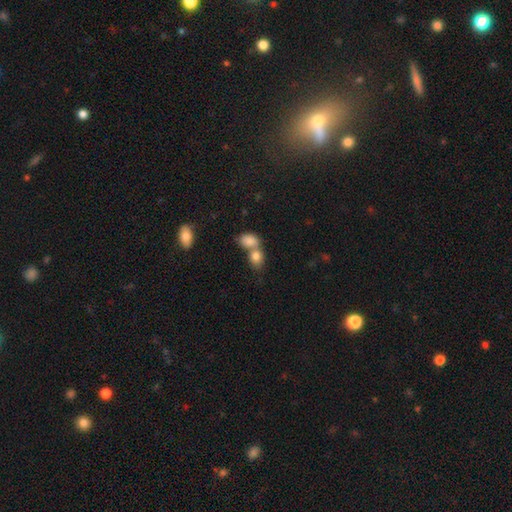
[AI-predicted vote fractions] Overall: smooth (83%). How rounded: in between (65%; round 34%). Merging: merger (61%; none 29%).